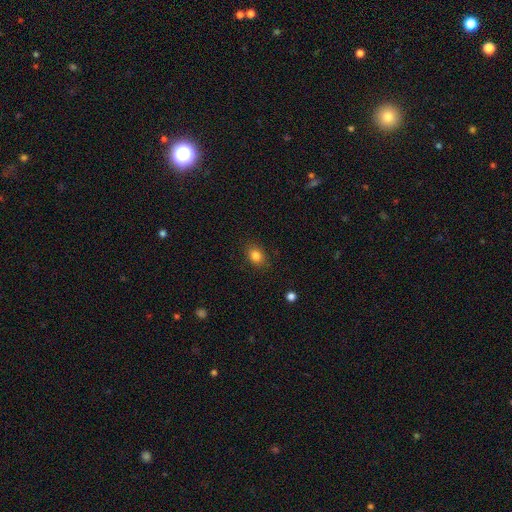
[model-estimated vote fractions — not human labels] smooth 83%, star or artifact 11%, featured or disk 6%. Down the decision tree: how rounded — in between (59%); merging — none (87%).